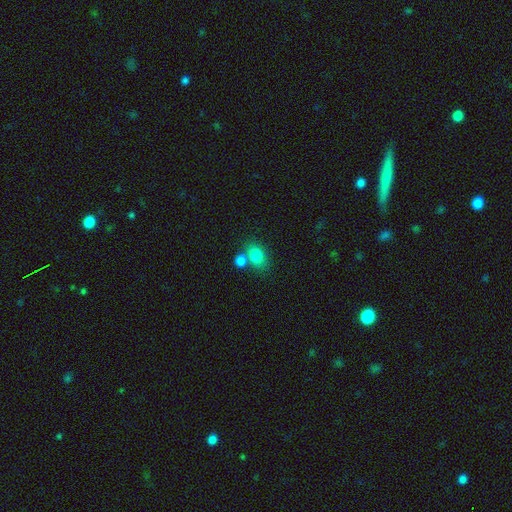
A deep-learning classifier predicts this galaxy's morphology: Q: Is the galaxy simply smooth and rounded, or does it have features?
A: smooth — 82%.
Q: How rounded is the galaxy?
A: in between — 66%.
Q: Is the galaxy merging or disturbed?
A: none — 55%.